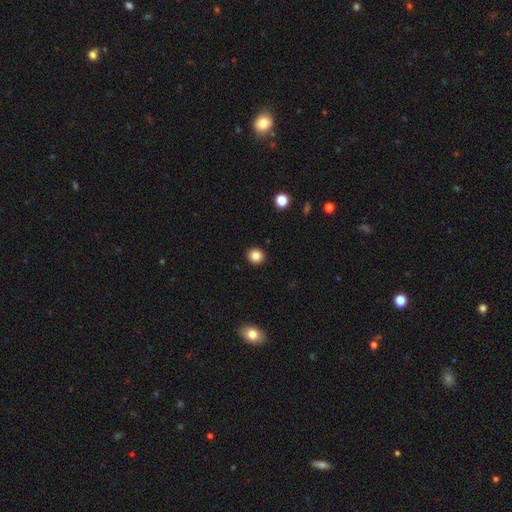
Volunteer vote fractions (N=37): Smooth or featured? 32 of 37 (86%) said smooth. How rounded? 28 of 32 (88%) said round. Merging? 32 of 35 (91%) said none.